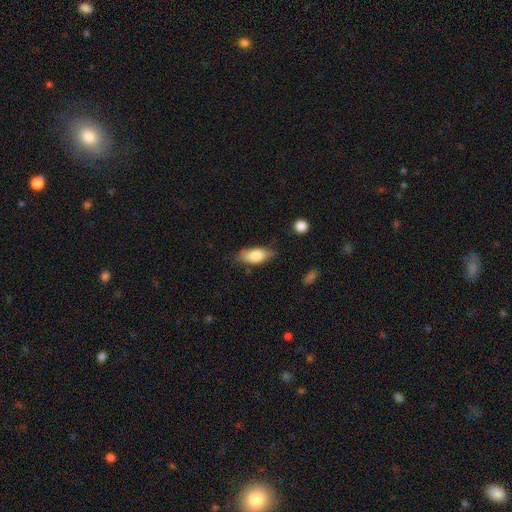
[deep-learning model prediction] A smooth galaxy with no disk features (79%) that is in between round and cigar-shaped (82%). Merging: none (74%).